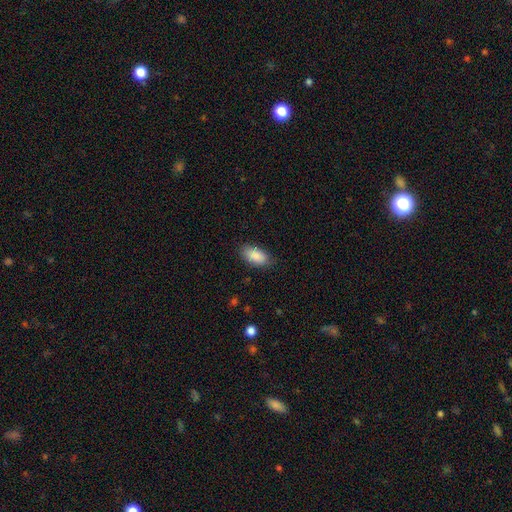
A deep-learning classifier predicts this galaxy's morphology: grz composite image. It shows a smooth galaxy with no disk features (89%) that is in between round and cigar-shaped (92%). Merging: none (83%).